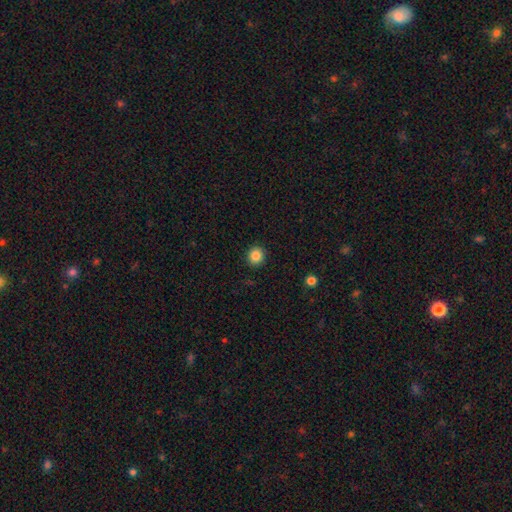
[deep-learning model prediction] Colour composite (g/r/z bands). It shows a smooth galaxy with no disk features (86%) that is round (89%). Merging: none (92%).